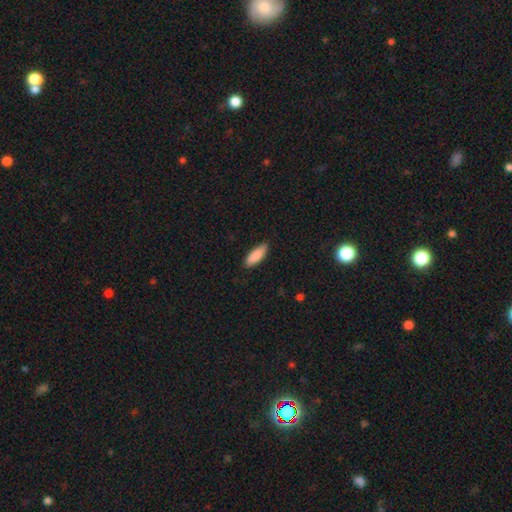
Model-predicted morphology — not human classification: type=smooth (88%); roundness=in between (63%); merging=none (85%).